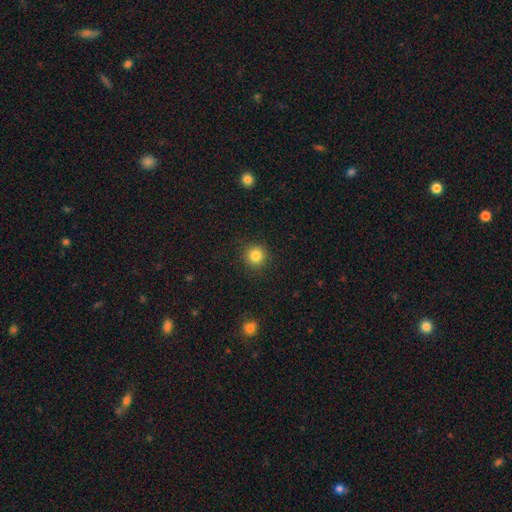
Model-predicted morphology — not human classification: Smooth or featured?
  - smooth: 84% *
  - star or artifact: 11%
  - featured or disk: 5%
How rounded?
  - round: 93% *
  - in between: 6%
  - cigar-shaped: 1%
Merging?
  - none: 91% *
  - minor disturbance: 6%
  - major disturbance: 2%
  - merger: 1%